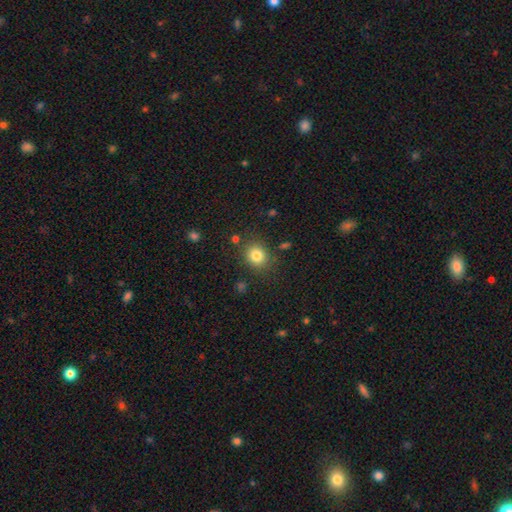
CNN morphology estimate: smooth 81%, star or artifact 12%, featured or disk 7%. Down the decision tree: how rounded — round (71%); merging — none (83%).